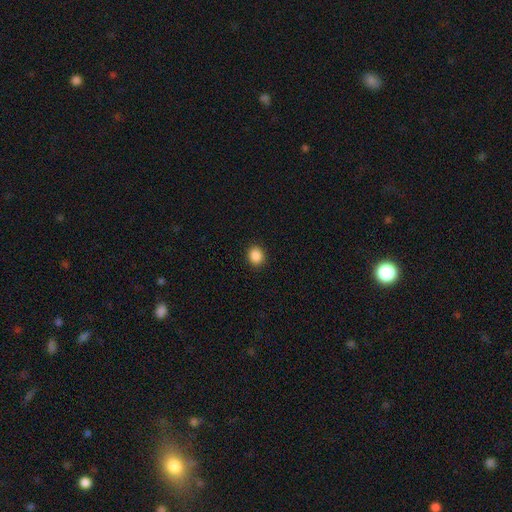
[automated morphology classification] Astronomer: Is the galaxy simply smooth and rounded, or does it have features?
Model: smooth — 88%.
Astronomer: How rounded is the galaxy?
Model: round — 76%.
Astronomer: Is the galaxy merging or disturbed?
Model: none — 91%.